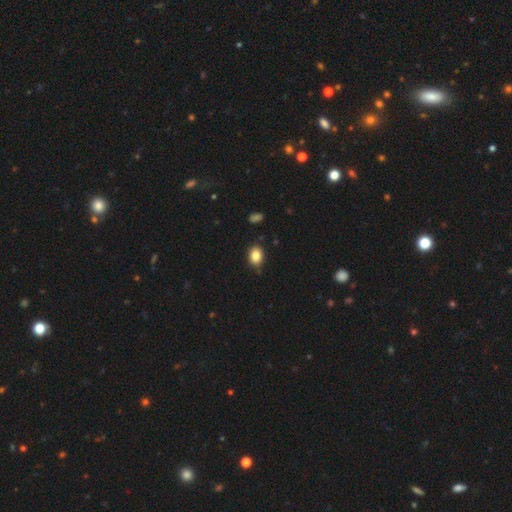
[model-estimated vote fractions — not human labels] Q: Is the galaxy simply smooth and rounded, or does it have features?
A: smooth — 85%.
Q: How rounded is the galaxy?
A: in between — 72%.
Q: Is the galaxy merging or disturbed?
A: none — 83%.